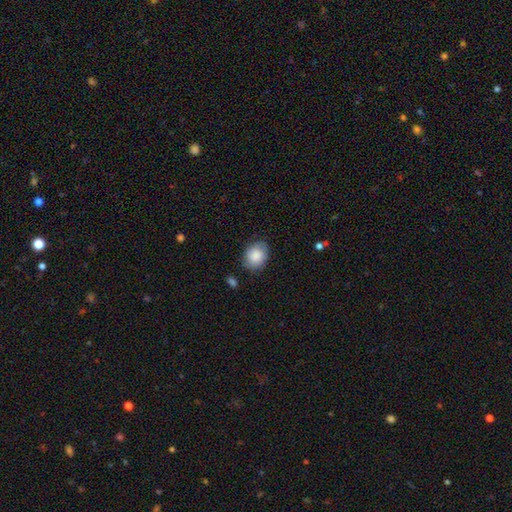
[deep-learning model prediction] Smooth or featured: smooth — 84% (featured or disk — 9%)
How rounded: in between — 50% (tied with round — 50%)
Merging: none — 77% (minor disturbance — 18%)